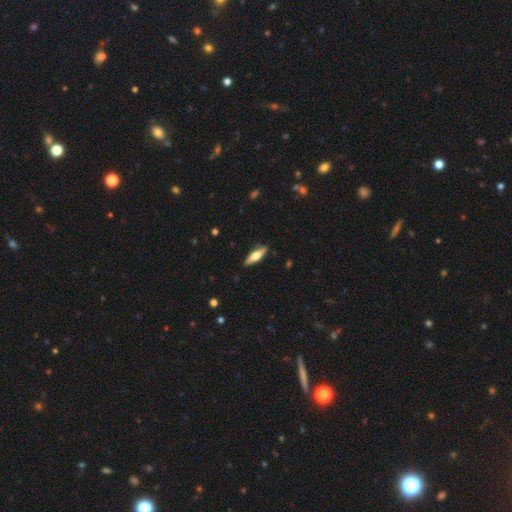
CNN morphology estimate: Smooth or featured? Predicted: featured or disk (p=0.48). Merging? Predicted: none (p=0.88).